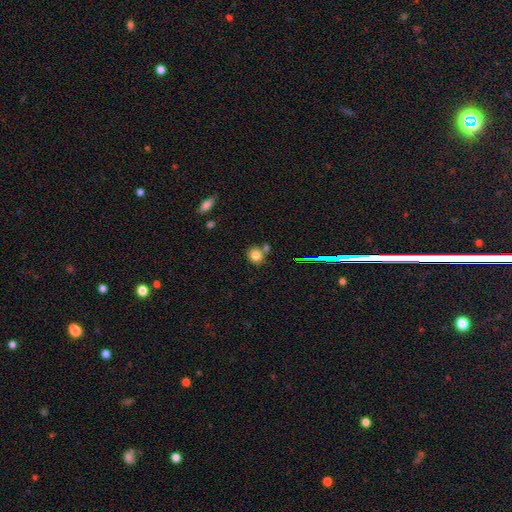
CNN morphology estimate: Smooth or featured? Predicted: smooth (p=0.79). How rounded? Predicted: round (p=0.83). Merging? Predicted: none (p=0.65).